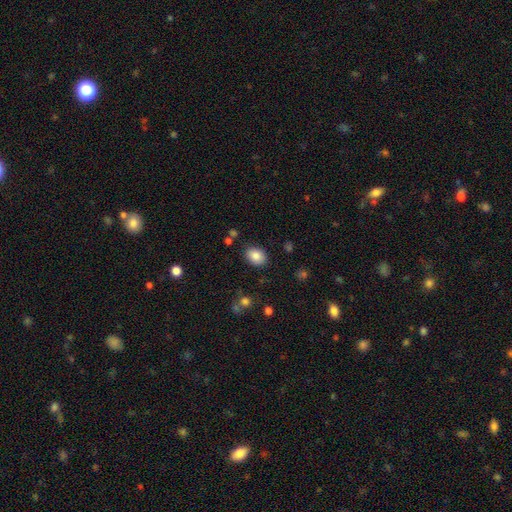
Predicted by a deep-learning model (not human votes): The model was most divided on "how rounded": in between: 69%, round: 30%, cigar-shaped: 1%. More confident: merging — none (86%); smooth or featured — smooth (84%).